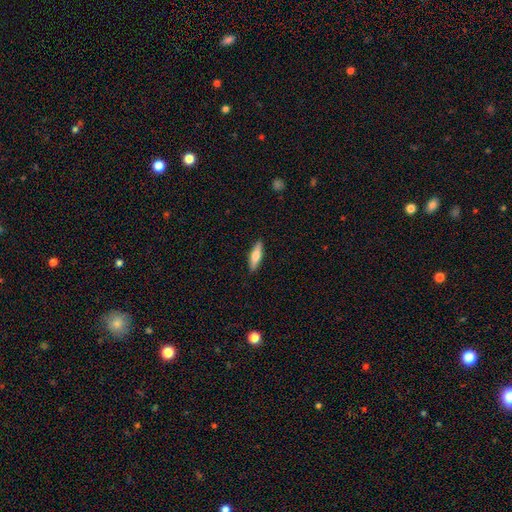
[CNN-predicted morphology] type=smooth (65%); roundness=cigar-shaped (60%); merging=none (90%).